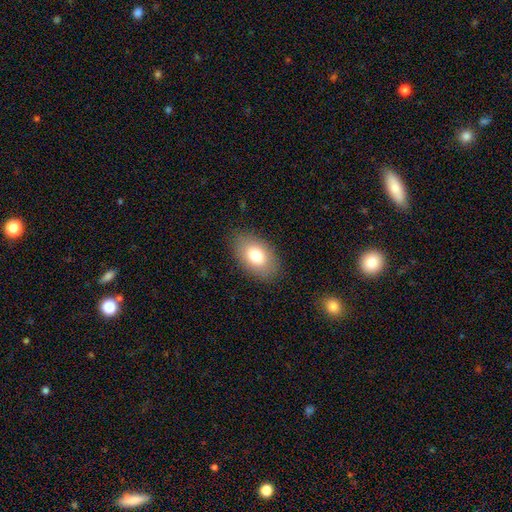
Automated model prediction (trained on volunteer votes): Morphology: type=smooth (77%); roundness=in between (90%); merging=none (84%).